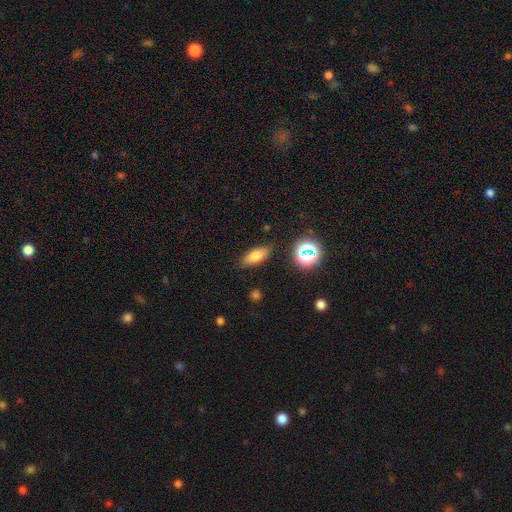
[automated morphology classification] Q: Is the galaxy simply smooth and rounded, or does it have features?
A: smooth — 75%.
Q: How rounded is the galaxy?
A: in between — 73%.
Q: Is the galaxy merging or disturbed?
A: none — 85%.